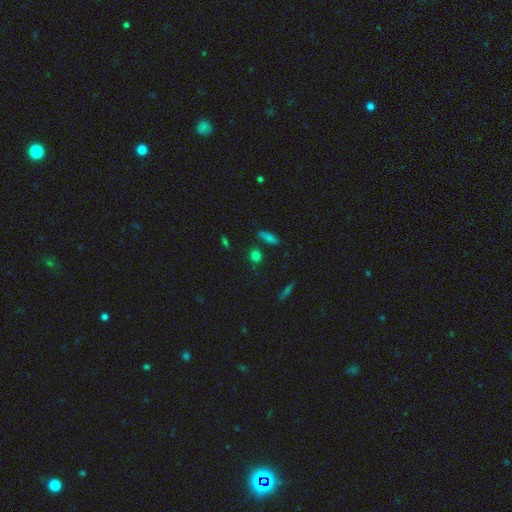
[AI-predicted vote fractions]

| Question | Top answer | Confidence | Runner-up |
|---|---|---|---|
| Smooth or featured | smooth | 76% | star or artifact (17%) |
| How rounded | round | 67% | in between (26%) |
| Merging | none | 81% | minor disturbance (11%) |